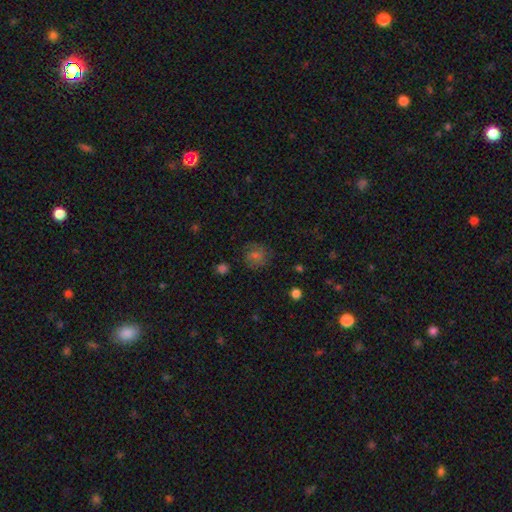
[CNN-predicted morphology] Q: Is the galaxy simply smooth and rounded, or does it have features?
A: smooth — 59%.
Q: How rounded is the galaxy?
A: round — 81%.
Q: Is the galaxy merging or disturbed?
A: none — 75%.